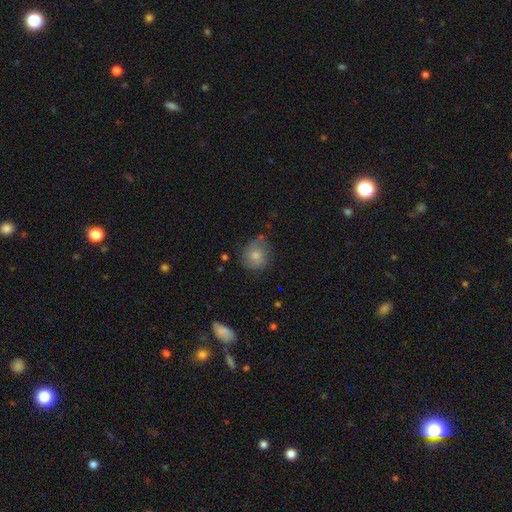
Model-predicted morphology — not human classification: Smooth or featured? smooth (77%)
How rounded? round (84%)
Merging? none (67%)